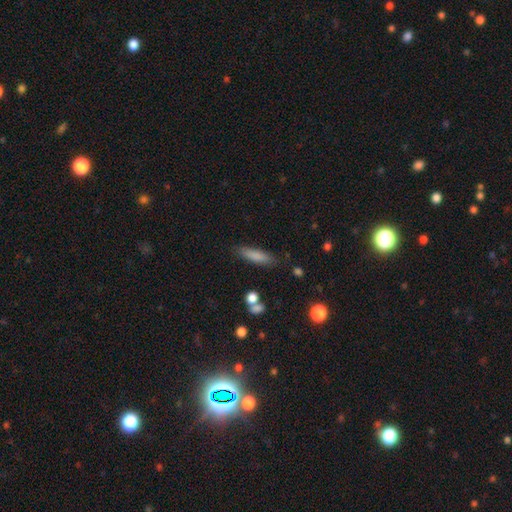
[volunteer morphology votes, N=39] Smooth or featured?
  - smooth: 92% *
  - star or artifact: 5%
  - featured or disk: 3%
How rounded?
  - cigar-shaped: 67% *
  - in between: 33%
  - round: 0%
Merging?
  - none: 86% *
  - minor disturbance: 11%
  - major disturbance: 3%
  - merger: 0%